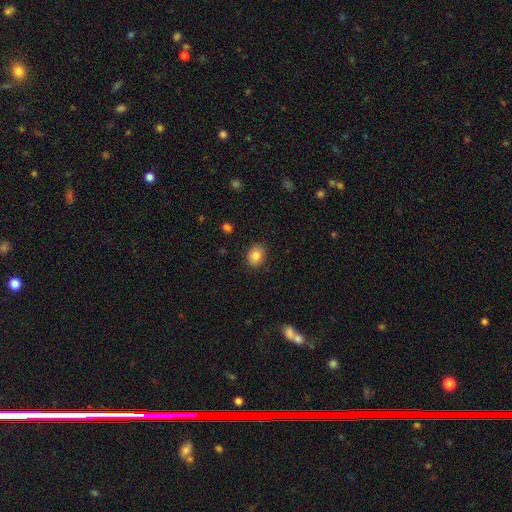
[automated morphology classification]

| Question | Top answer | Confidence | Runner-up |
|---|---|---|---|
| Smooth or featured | smooth | 84% | star or artifact (9%) |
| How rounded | in between | 50% | round (49%) |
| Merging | none | 88% | minor disturbance (8%) |